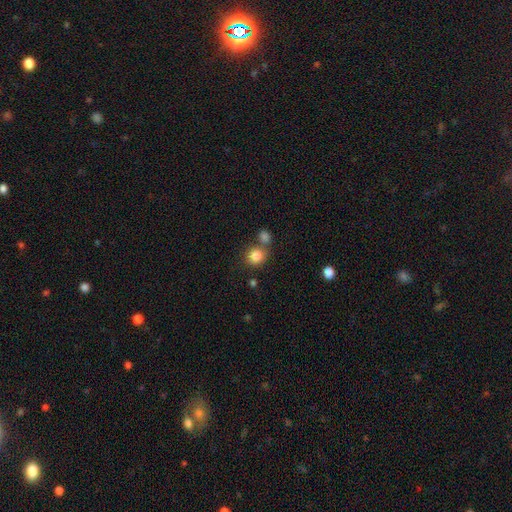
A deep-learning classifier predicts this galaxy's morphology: Smooth or featured?
  - smooth: 84% *
  - star or artifact: 10%
  - featured or disk: 6%
How rounded?
  - round: 80% *
  - in between: 19%
  - cigar-shaped: 1%
Merging?
  - none: 58% *
  - merger: 28%
  - minor disturbance: 10%
  - major disturbance: 4%